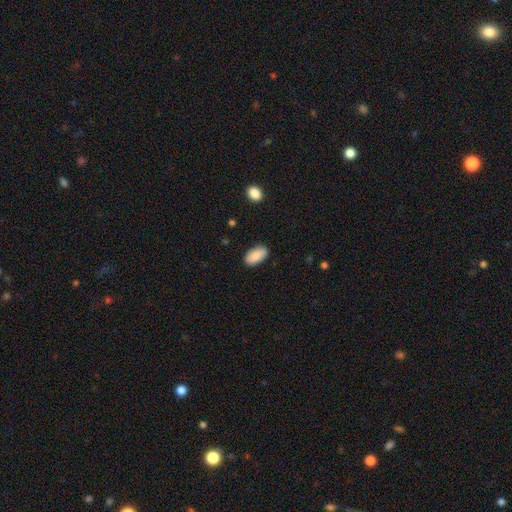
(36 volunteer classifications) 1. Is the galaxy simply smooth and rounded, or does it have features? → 86% smooth, 14% featured or disk, 0% star or artifact.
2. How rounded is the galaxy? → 94% in between, 3% round, 3% cigar-shaped.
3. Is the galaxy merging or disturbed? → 92% none, 6% merger, 3% minor disturbance, 0% major disturbance.